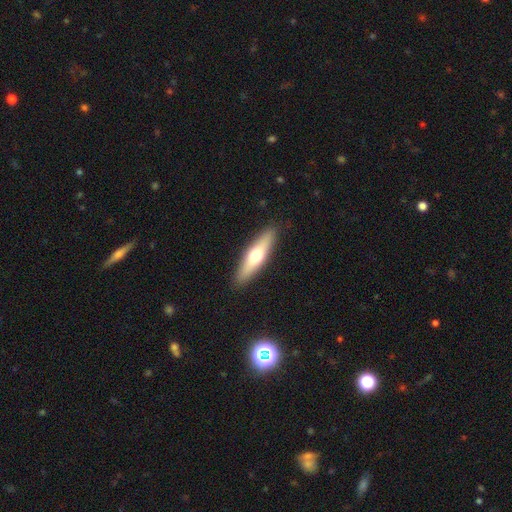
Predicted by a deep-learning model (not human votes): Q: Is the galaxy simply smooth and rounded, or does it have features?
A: smooth — 54%.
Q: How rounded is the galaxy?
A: cigar-shaped — 71%.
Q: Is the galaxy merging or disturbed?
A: none — 90%.